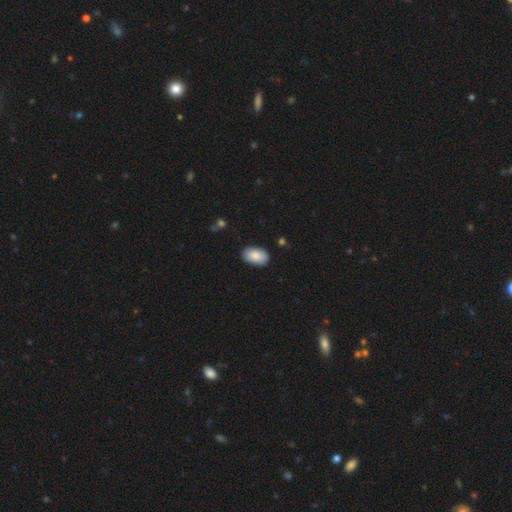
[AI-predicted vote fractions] Morphology: type=smooth (87%); roundness=in between (93%); merging=none (87%).